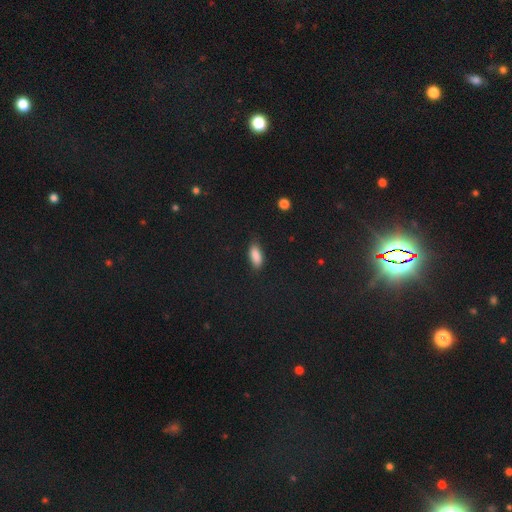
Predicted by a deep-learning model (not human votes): A smooth galaxy with no disk features (87%) that is in between round and cigar-shaped (82%).

Vote fractions:
- Smooth or featured? smooth: 87% / star or artifact: 8% / featured or disk: 5%
- How rounded? in between: 82% / cigar-shaped: 15% / round: 3%
- Merging? none: 78% / minor disturbance: 17% / major disturbance: 4% / merger: 1%